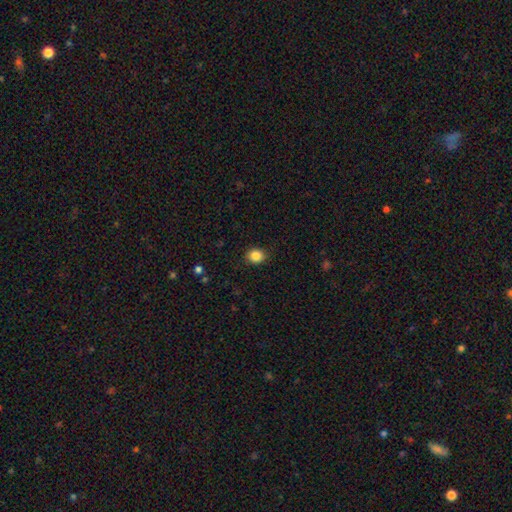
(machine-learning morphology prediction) smooth-or-featured: smooth: 86% | star or artifact: 10% | featured or disk: 4%
  how-rounded: round: 71% | in between: 28% | cigar-shaped: 1%
  merging: none: 89% | minor disturbance: 8% | major disturbance: 2% | merger: 1%